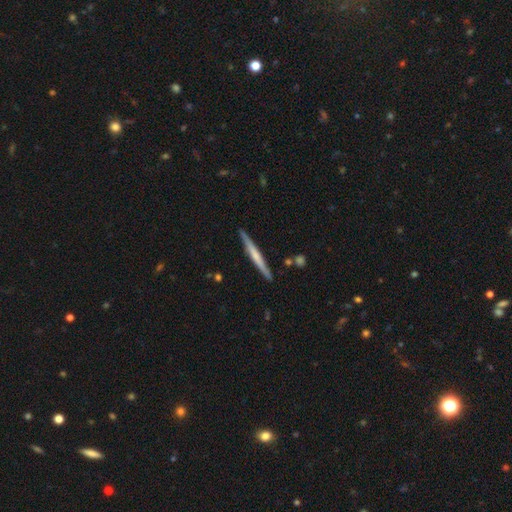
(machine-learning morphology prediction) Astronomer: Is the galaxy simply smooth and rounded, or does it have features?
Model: featured or disk — 51% (runner-up: smooth, 44%).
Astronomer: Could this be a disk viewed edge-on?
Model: yes — 97%.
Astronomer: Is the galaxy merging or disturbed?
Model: none — 89%.